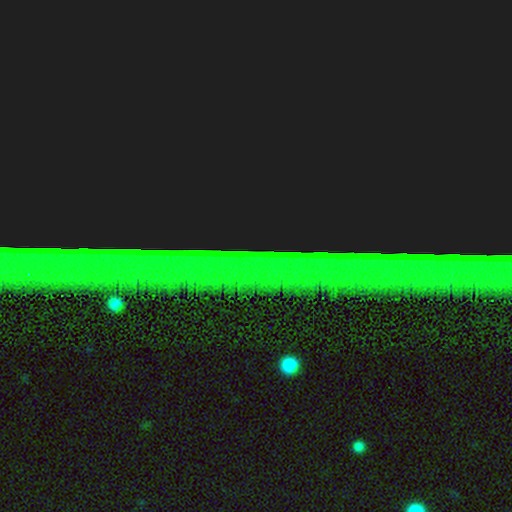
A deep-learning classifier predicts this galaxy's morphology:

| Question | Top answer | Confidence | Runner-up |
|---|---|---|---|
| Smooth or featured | star or artifact | 80% | featured or disk (10%) |